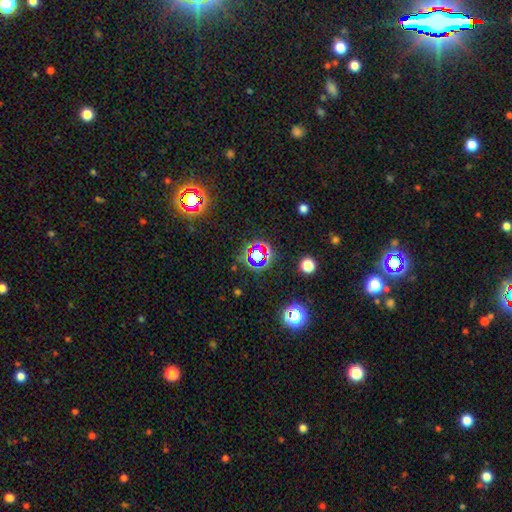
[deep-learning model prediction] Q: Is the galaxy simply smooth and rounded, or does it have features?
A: star or artifact — 70%.